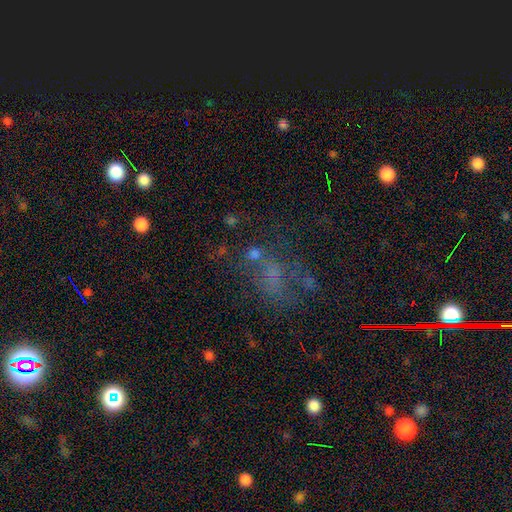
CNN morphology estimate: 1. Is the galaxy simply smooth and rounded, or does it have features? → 38% smooth, 34% featured or disk, 28% star or artifact.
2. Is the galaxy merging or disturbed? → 43% none, 27% major disturbance, 17% minor disturbance, 13% merger.